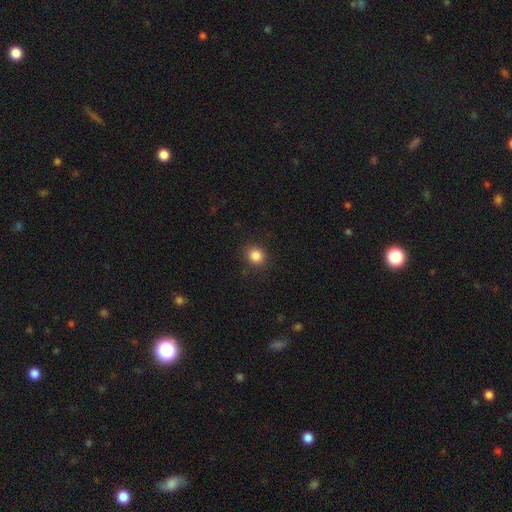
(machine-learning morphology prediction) Smooth or featured? smooth (85%)
How rounded? round (85%)
Merging? none (89%)